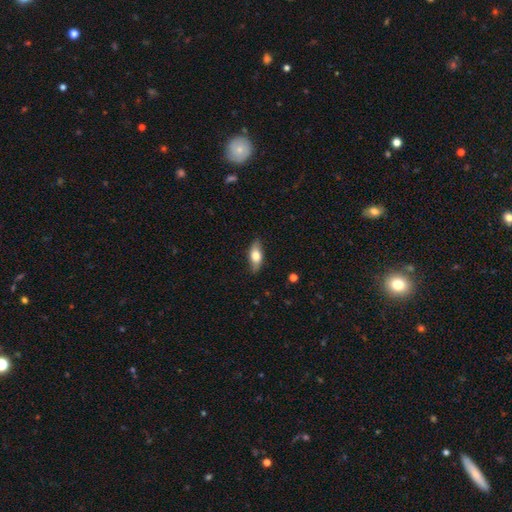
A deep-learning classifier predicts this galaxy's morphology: This is likely a smooth galaxy (62%). How rounded: likely in between (78%). Merging: clearly none (80%).